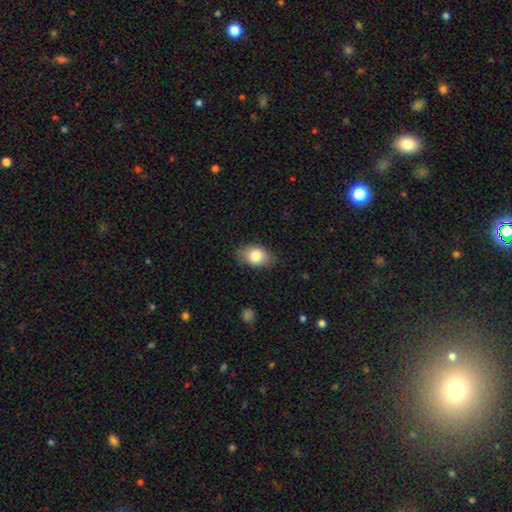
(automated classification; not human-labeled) Smooth or featured?
  - smooth: 82% *
  - featured or disk: 11%
  - star or artifact: 7%
How rounded?
  - in between: 85% *
  - round: 13%
  - cigar-shaped: 1%
Merging?
  - none: 81% *
  - minor disturbance: 15%
  - major disturbance: 3%
  - merger: 1%